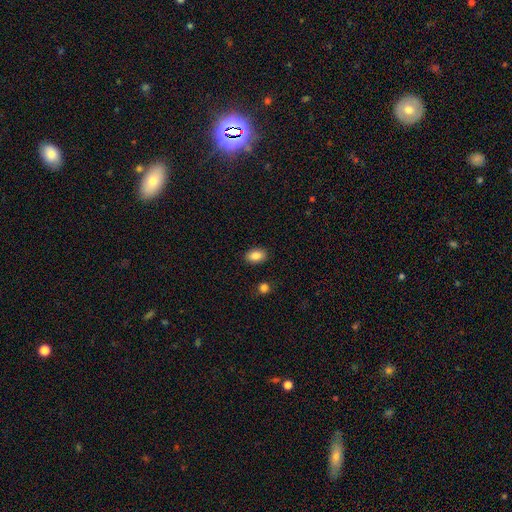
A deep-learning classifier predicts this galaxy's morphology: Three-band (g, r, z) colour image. It shows a smooth galaxy with no disk features (87%) that is in between round and cigar-shaped (88%). Merging: none (88%).